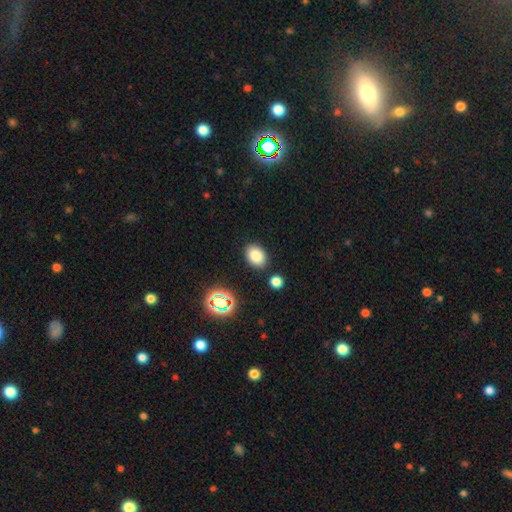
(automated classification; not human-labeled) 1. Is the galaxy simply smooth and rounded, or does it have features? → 81% smooth, 12% star or artifact, 7% featured or disk.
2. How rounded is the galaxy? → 77% in between, 22% round, 1% cigar-shaped.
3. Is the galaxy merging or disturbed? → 84% none, 9% minor disturbance, 4% merger, 3% major disturbance.